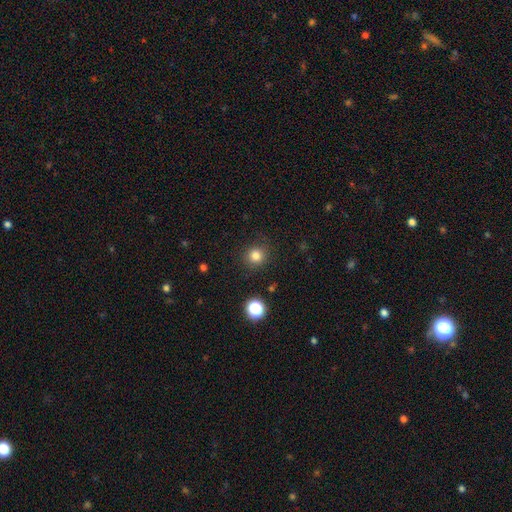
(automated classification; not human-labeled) This appears to be a smooth galaxy with no disk features (81%) that is round (91%). Merging: none (87%).